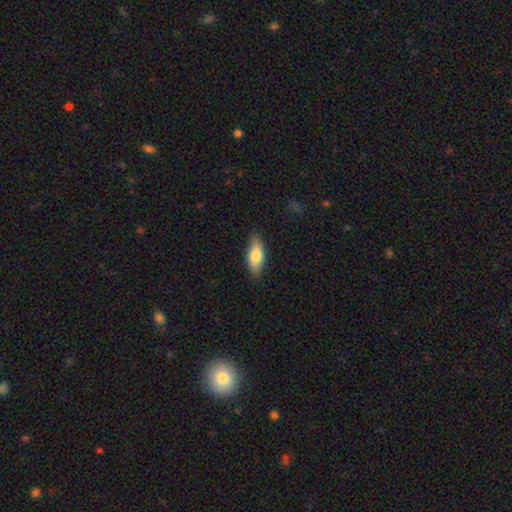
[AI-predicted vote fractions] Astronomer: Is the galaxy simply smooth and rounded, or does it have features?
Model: smooth — 79%.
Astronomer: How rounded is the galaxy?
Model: in between — 78%.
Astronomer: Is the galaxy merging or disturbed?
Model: none — 85%.